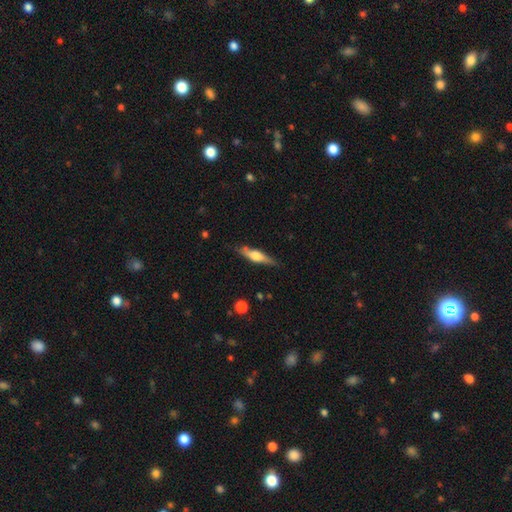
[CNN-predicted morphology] featured or disk 53%, smooth 41%, star or artifact 6%. Down the decision tree: edge-on disk — yes (92%); merging — none (78%).